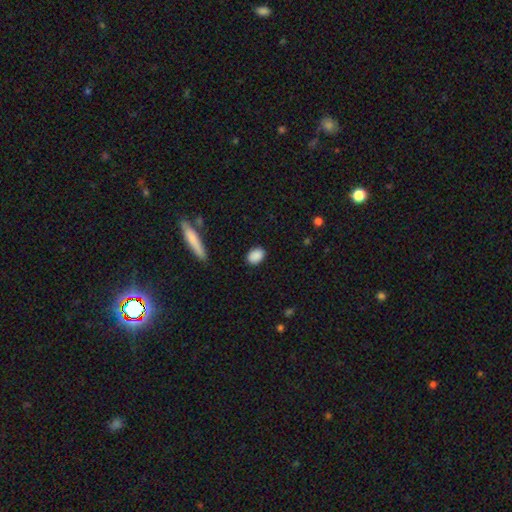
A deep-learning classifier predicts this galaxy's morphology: Smooth or featured?
  - smooth: 89% *
  - star or artifact: 7%
  - featured or disk: 4%
How rounded?
  - in between: 78% *
  - round: 20%
  - cigar-shaped: 2%
Merging?
  - none: 87% *
  - minor disturbance: 9%
  - major disturbance: 2%
  - merger: 1%